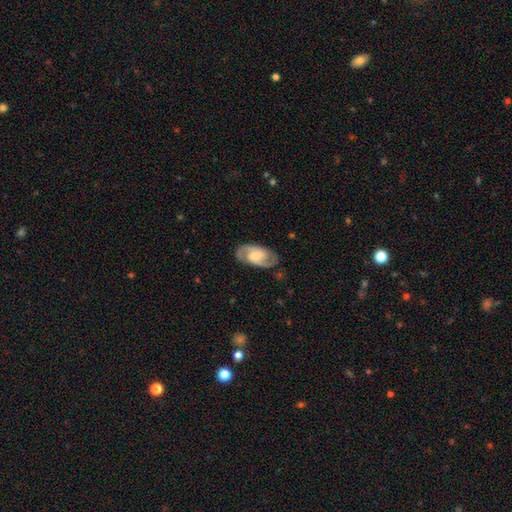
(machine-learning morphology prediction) type=featured or disk (83%); edge-on=no (96%); bar=weak (45%); spiral arms=yes (95%); winding=medium (52%); arm count=2 (90%); bulge=moderate (48%); merging=none (83%).